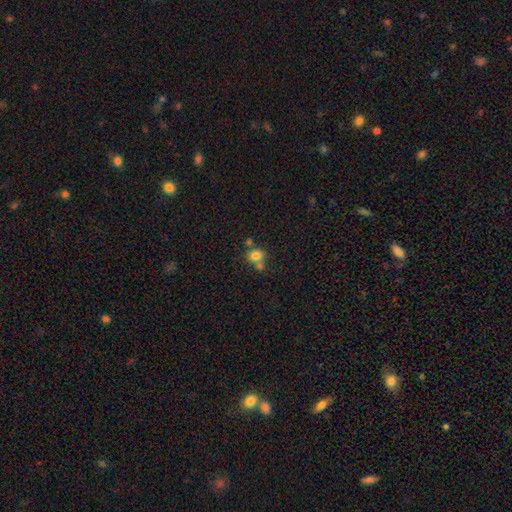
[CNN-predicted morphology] smooth-or-featured: smooth: 79% | star or artifact: 12% | featured or disk: 9%
  how-rounded: round: 68% | in between: 31% | cigar-shaped: 1%
  merging: none: 51% | merger: 33% | minor disturbance: 12% | major disturbance: 4%